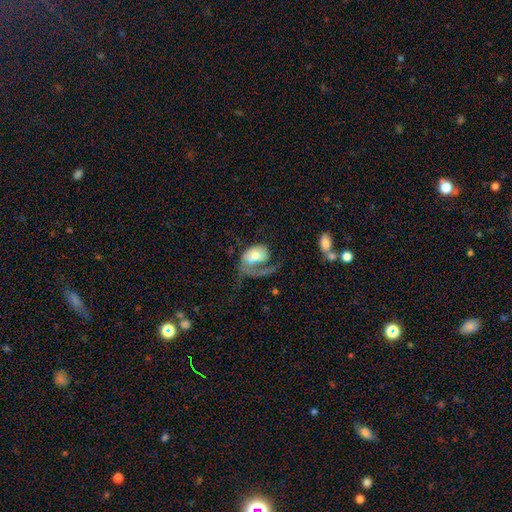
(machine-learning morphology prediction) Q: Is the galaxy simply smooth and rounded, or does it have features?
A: featured or disk — 55%.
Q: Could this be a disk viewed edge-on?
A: no — 97%.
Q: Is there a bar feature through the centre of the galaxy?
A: no — 73%.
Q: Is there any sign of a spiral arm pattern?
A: yes — 71%.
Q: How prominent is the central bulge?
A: moderate — 57%.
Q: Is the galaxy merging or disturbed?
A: major disturbance — 59%.